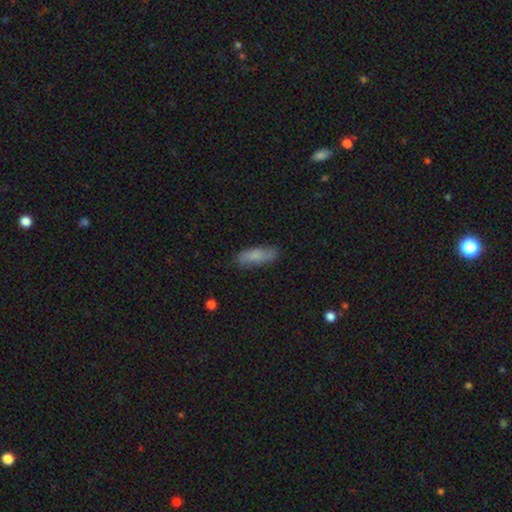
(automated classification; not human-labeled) smooth_or_featured: smooth (p=0.77) [alt: featured or disk p=0.16]
how_rounded: in between (p=0.57) [alt: cigar-shaped p=0.41]
merging: none (p=0.78) [alt: minor disturbance p=0.17]